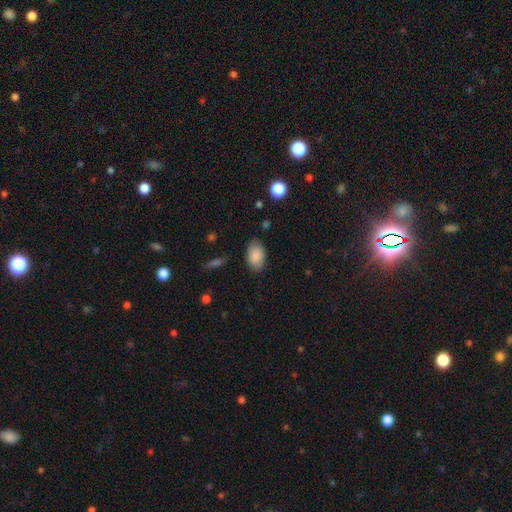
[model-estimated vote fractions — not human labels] smooth_or_featured: smooth (p=0.86) [alt: star or artifact p=0.07]
how_rounded: in between (p=0.90) [alt: round p=0.08]
merging: none (p=0.81) [alt: minor disturbance p=0.14]